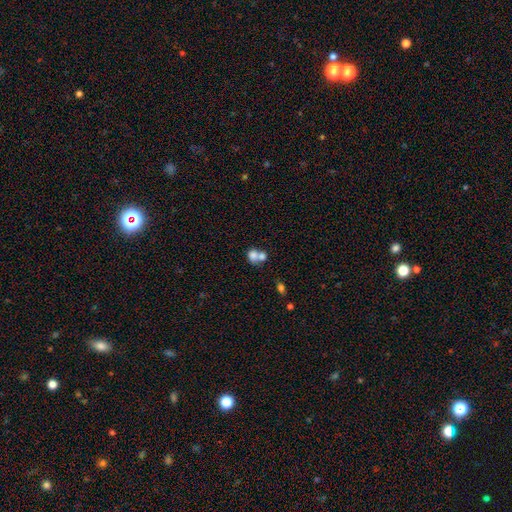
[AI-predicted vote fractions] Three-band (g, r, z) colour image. It shows a smooth galaxy with no disk features (73%) that is round (58%). Merging: merger (67%).